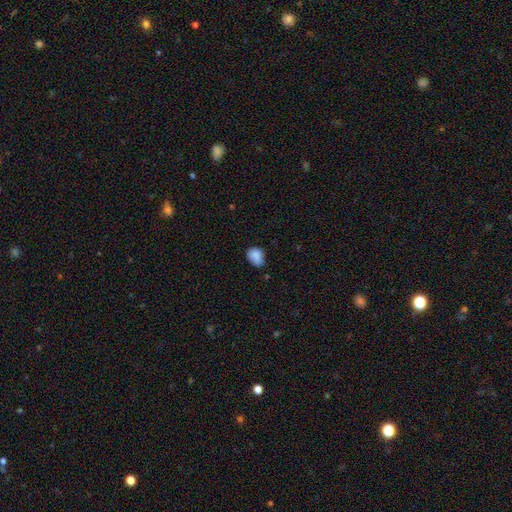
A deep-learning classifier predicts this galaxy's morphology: Smooth or featured? Predicted: smooth (p=0.84). How rounded? Predicted: in between (p=0.63). Merging? Predicted: none (p=0.58).